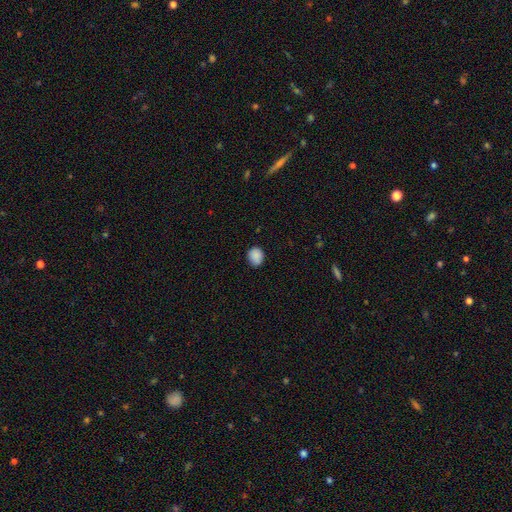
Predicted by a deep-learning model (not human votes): Smooth or featured?
  - smooth: 88% *
  - star or artifact: 8%
  - featured or disk: 3%
How rounded?
  - round: 58% *
  - in between: 41%
  - cigar-shaped: 1%
Merging?
  - none: 82% *
  - minor disturbance: 14%
  - major disturbance: 3%
  - merger: 1%